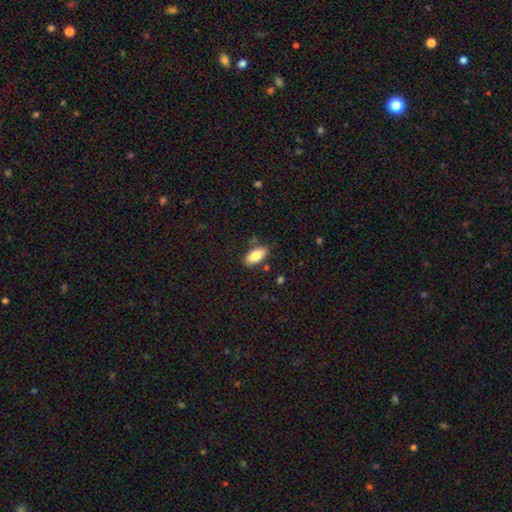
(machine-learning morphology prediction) smooth_or_featured: smooth (p=0.81) [alt: featured or disk p=0.12]
how_rounded: in between (p=0.92) [alt: cigar-shaped p=0.05]
merging: none (p=0.82) [alt: minor disturbance p=0.12]